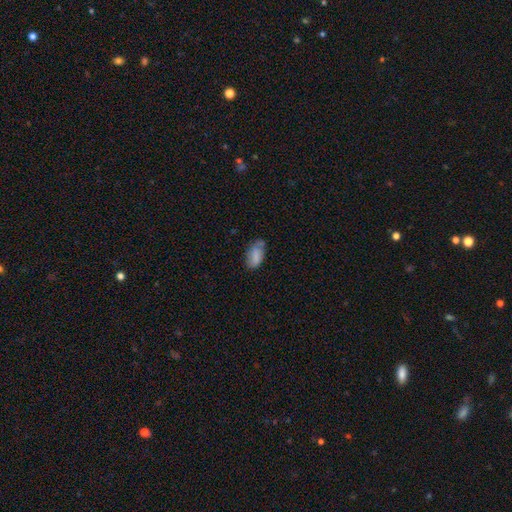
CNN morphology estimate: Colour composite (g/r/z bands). It shows a smooth galaxy with no disk features (78%) that is in between round and cigar-shaped (92%). Merging: none (53%).